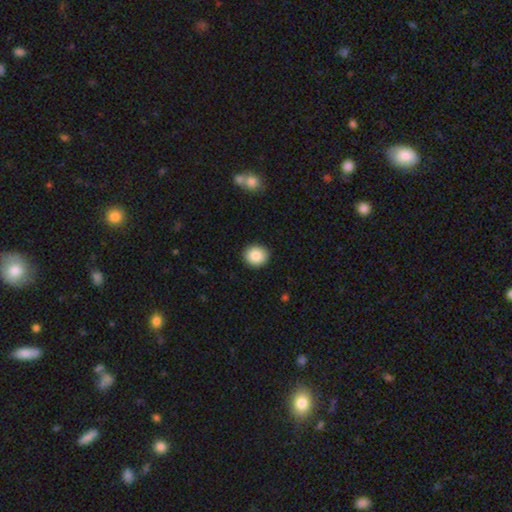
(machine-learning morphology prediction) This appears to be a smooth galaxy with no disk features (87%) that is round (89%). Merging: none (92%).